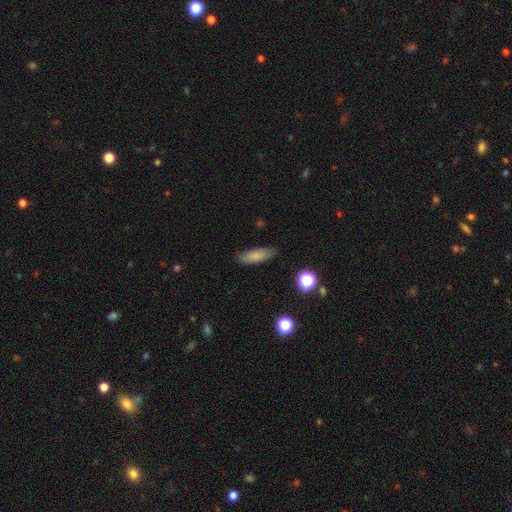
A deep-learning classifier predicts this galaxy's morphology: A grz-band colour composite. It shows a smooth galaxy with no disk features (81%) that is in between round and cigar-shaped (53%). Merging: none (82%).